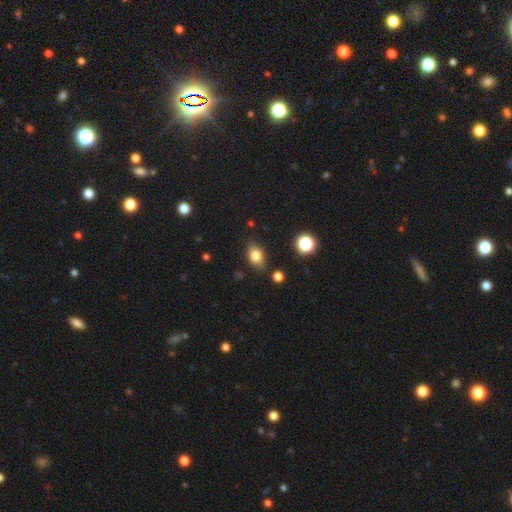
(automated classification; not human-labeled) Smooth or featured?
  - smooth: 79% *
  - featured or disk: 11%
  - star or artifact: 10%
How rounded?
  - in between: 79% *
  - round: 18%
  - cigar-shaped: 2%
Merging?
  - none: 81% *
  - minor disturbance: 14%
  - major disturbance: 3%
  - merger: 3%